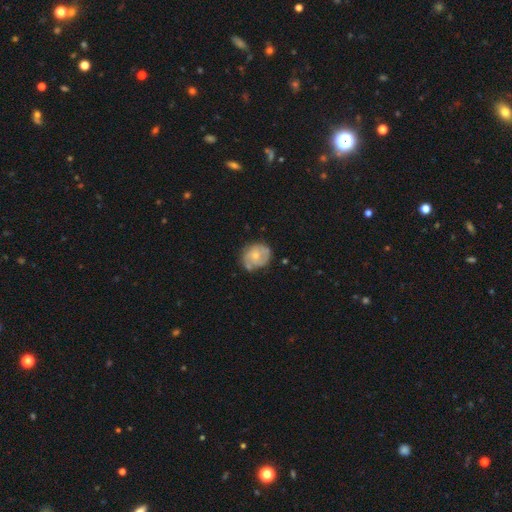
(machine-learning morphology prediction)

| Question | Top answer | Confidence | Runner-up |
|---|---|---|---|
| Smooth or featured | featured or disk | 57% | smooth (36%) |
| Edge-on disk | no | 97% | yes (3%) |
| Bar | no | 75% | weak (22%) |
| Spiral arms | yes | 72% | no (28%) |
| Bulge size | small | 49% | moderate (42%) |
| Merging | none | 62% | minor disturbance (25%) |